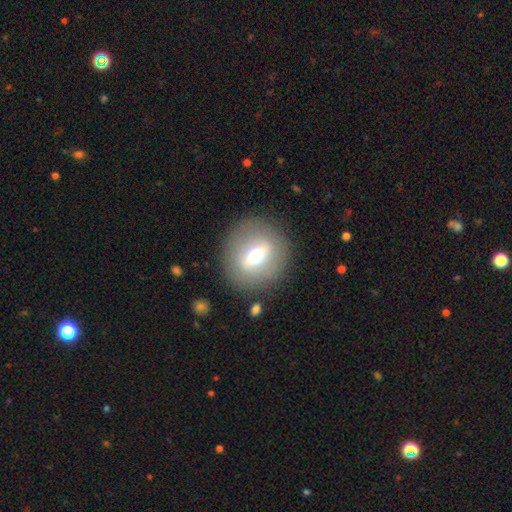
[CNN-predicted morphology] A smooth galaxy with no disk features (47%).

Vote fractions:
- Smooth or featured? smooth: 47% / featured or disk: 44% / star or artifact: 9%
- Merging? none: 85% / minor disturbance: 9% / major disturbance: 4% / merger: 2%